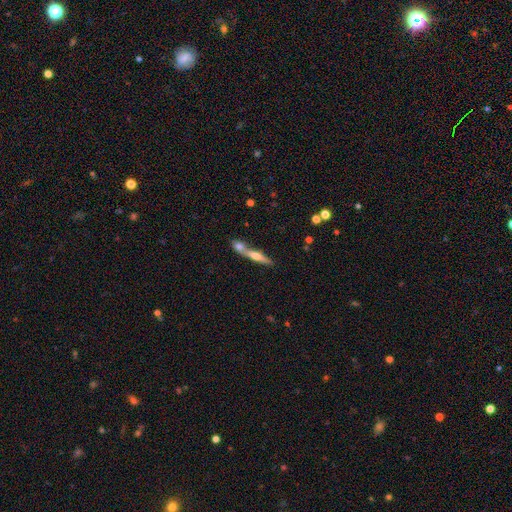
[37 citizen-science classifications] smooth_or_featured: featured or disk (p=0.51) [alt: smooth p=0.46]
disk_edge_on: yes (p=0.95) [alt: no p=0.05]
edge_on_bulge: rounded (p=0.94) [alt: boxy p=0.06]
merging: none (p=0.50) [alt: merger p=0.44]